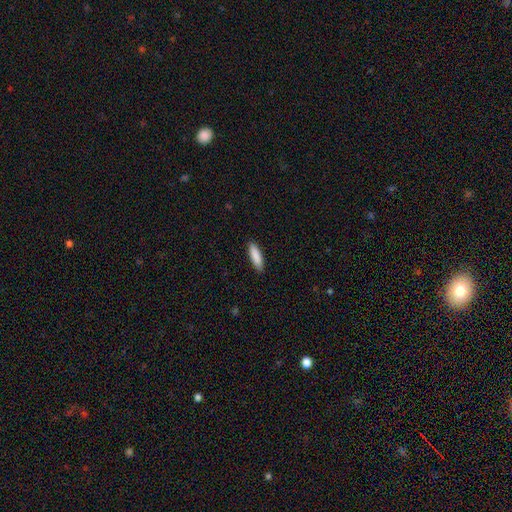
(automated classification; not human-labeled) Overall: smooth (89%). How rounded: cigar-shaped (60%; in between 38%). Merging: none (90%).